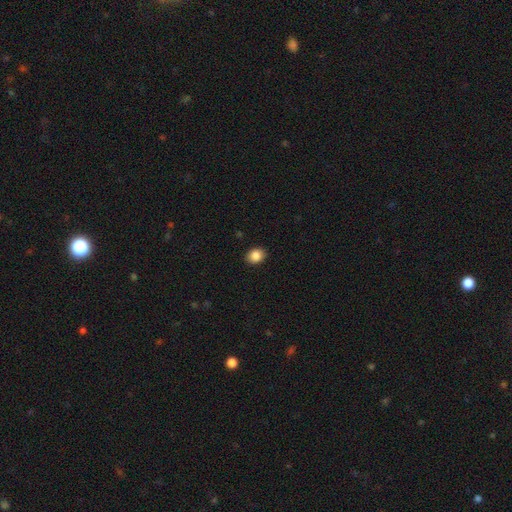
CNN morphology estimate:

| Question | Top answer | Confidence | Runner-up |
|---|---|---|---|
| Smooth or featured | smooth | 87% | star or artifact (9%) |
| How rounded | in between | 51% | round (48%) |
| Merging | none | 91% | minor disturbance (6%) |